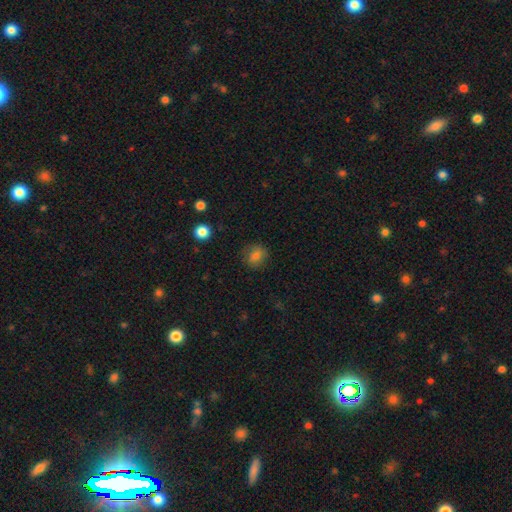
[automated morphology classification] A smooth galaxy with no disk features (80%) that is round (73%).

Vote fractions:
- Smooth or featured? smooth: 80% / star or artifact: 11% / featured or disk: 9%
- How rounded? round: 73% / in between: 26% / cigar-shaped: 1%
- Merging? none: 83% / minor disturbance: 12% / major disturbance: 4% / merger: 1%